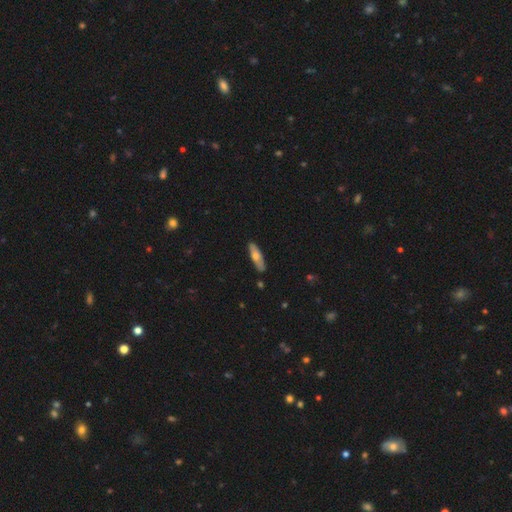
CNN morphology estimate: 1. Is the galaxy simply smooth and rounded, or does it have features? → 55% smooth, 39% featured or disk, 6% star or artifact.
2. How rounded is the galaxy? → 62% cigar-shaped, 36% in between, 2% round.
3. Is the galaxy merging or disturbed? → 87% none, 10% minor disturbance, 2% major disturbance, 1% merger.